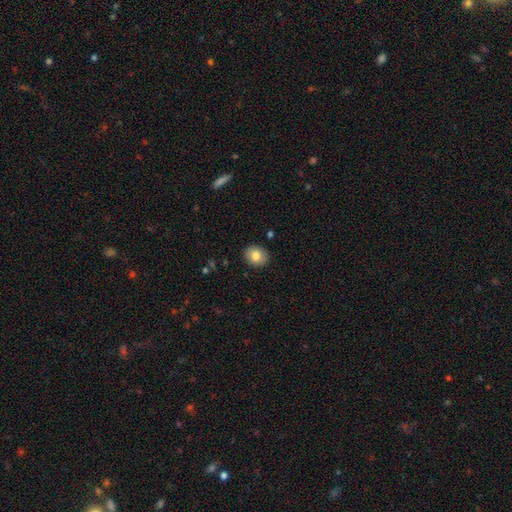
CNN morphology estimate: This is clearly a smooth galaxy (82%). How rounded: likely round (65%). Merging: clearly none (89%).